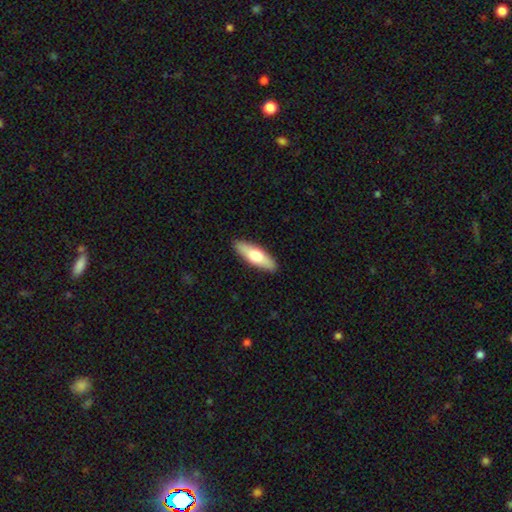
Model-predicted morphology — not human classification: smooth 63%, featured or disk 32%, star or artifact 5%. Down the decision tree: how rounded — cigar-shaped (56%); merging — none (90%).